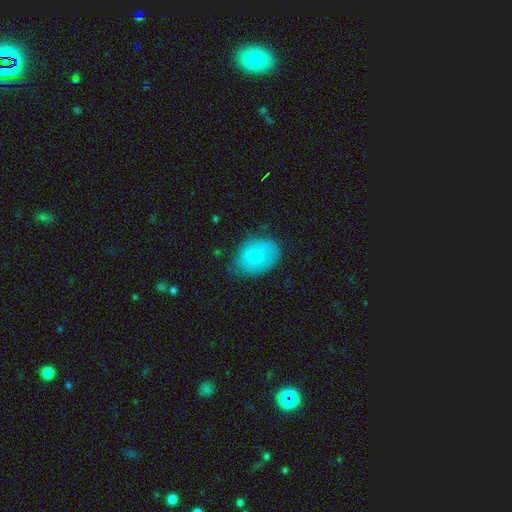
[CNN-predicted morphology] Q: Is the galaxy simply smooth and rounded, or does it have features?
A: smooth — 63%.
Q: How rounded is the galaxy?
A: in between — 70%.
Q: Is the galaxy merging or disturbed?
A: none — 61%.